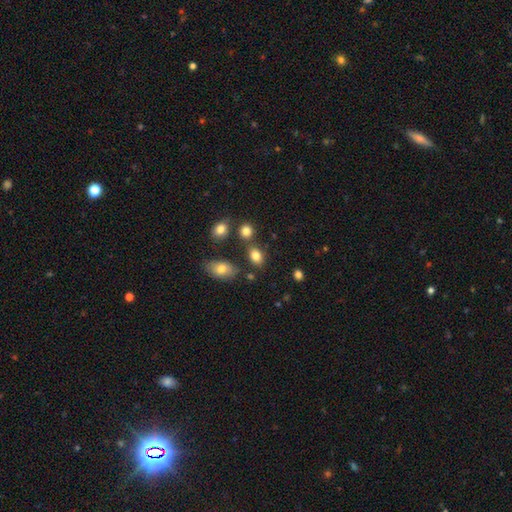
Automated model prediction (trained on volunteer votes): Overall: smooth (83%). How rounded: in between (78%). Merging: none (70%).